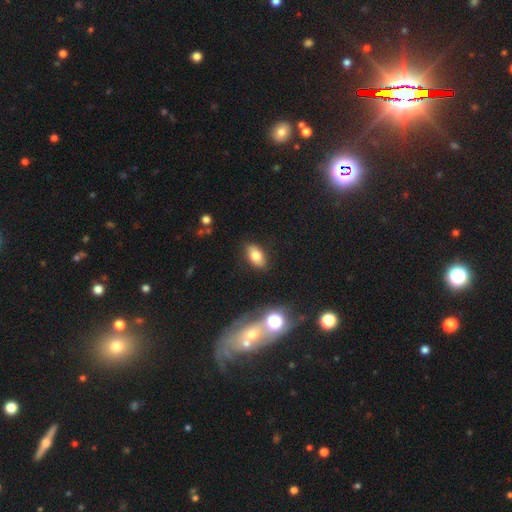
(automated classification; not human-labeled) Smooth or featured: smooth — 77% (featured or disk — 12%)
How rounded: in between — 90% (round — 6%)
Merging: none — 85% (minor disturbance — 11%)